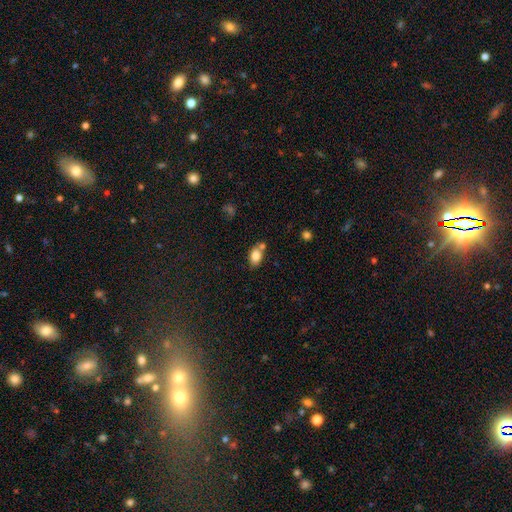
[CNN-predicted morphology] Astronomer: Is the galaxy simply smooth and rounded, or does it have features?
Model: smooth — 82%.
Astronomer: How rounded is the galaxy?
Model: in between — 84%.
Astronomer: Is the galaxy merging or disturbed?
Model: none — 61%.